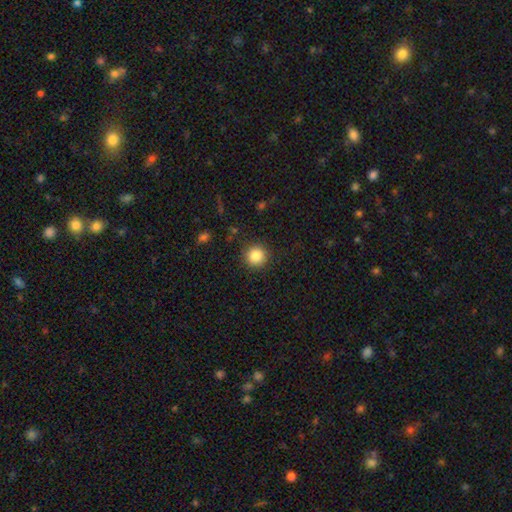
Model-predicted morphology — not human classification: Smooth or featured: smooth — 86% (star or artifact — 10%)
How rounded: round — 95% (in between — 4%)
Merging: none — 90% (minor disturbance — 6%)